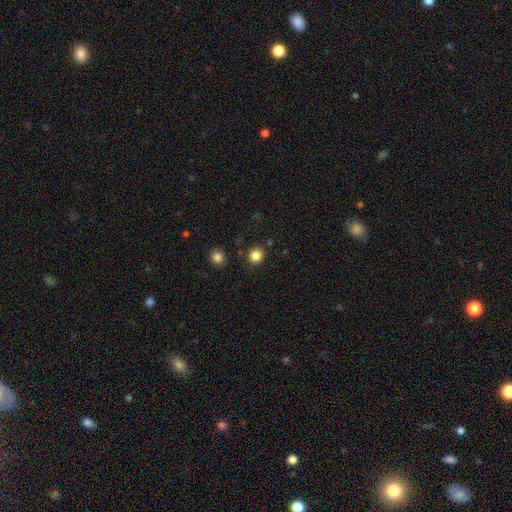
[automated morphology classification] Overall: smooth (84%). How rounded: round (88%). Merging: none (88%).